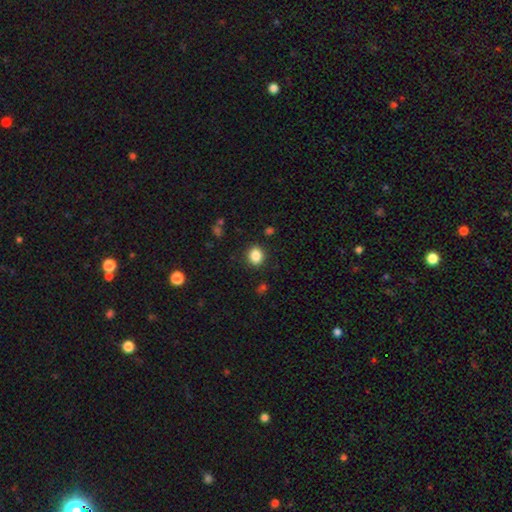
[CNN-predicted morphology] smooth 86%, star or artifact 10%, featured or disk 4%. Down the decision tree: how rounded — round (65%); merging — none (88%).